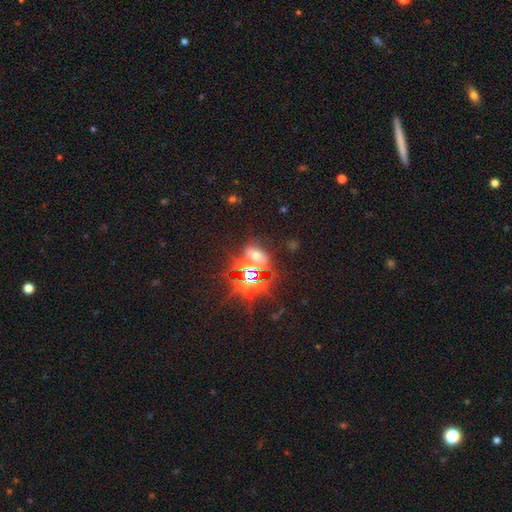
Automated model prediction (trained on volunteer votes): Smooth or featured? Predicted: star or artifact (p=0.64).